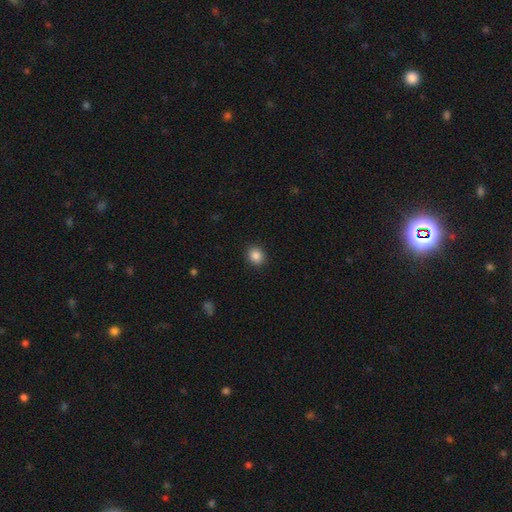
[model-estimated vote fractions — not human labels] smooth_or_featured: smooth (p=0.87) [alt: star or artifact p=0.10]
how_rounded: round (p=0.74) [alt: in between p=0.25]
merging: none (p=0.91) [alt: minor disturbance p=0.06]